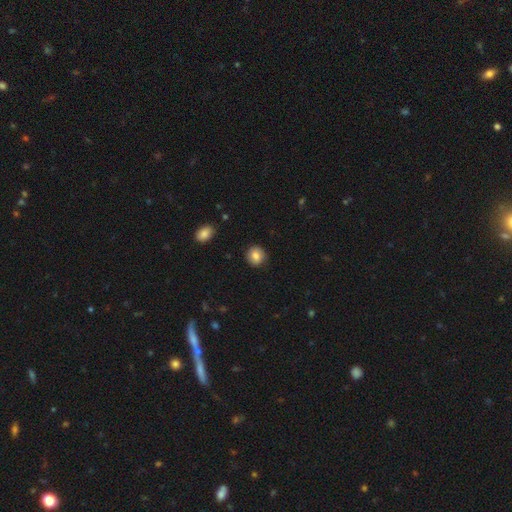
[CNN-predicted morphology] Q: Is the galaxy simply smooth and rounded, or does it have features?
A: smooth — 83%.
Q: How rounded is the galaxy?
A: round — 85%.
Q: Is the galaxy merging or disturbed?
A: none — 89%.